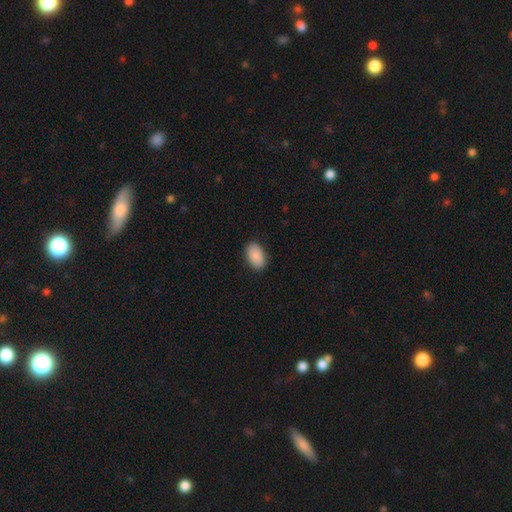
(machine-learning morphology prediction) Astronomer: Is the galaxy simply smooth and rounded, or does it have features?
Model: smooth — 90%.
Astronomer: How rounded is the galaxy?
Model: in between — 92%.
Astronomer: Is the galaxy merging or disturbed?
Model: none — 89%.